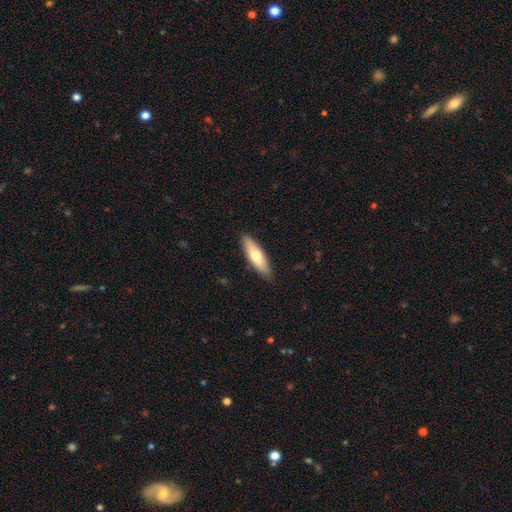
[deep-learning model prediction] Q: Smooth or featured?
A: smooth (66%); runner-up: featured or disk (29%)
Q: How rounded?
A: cigar-shaped (58%); runner-up: in between (40%)
Q: Merging?
A: none (88%); runner-up: minor disturbance (9%)